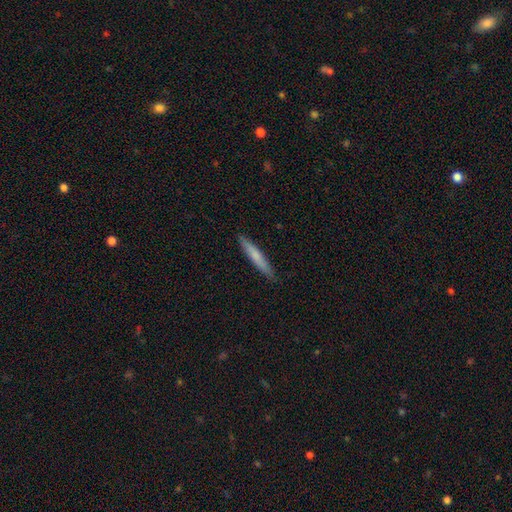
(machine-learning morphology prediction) This is likely a smooth galaxy (69%). How rounded: clearly cigar-shaped (94%). Merging: clearly none (89%).